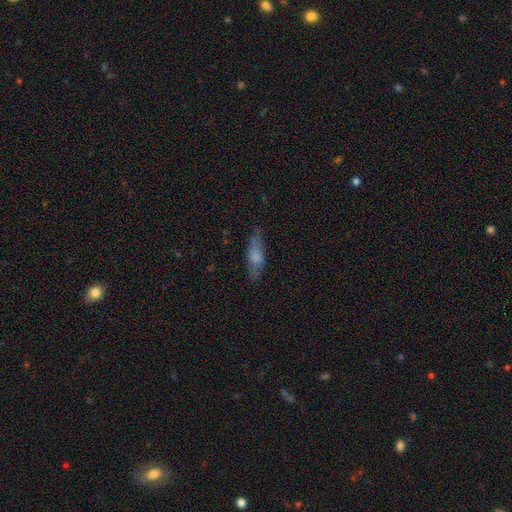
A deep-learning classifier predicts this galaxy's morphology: Overall: smooth (61%; featured or disk 31%). How rounded: cigar-shaped (52%; in between 45%). Merging: none (74%).